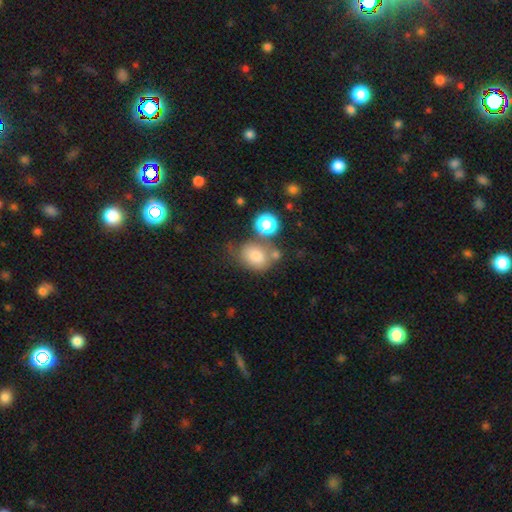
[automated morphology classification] Smooth or featured? Predicted: smooth (p=0.75). How rounded? Predicted: in between (p=0.57). Merging? Predicted: none (p=0.48).